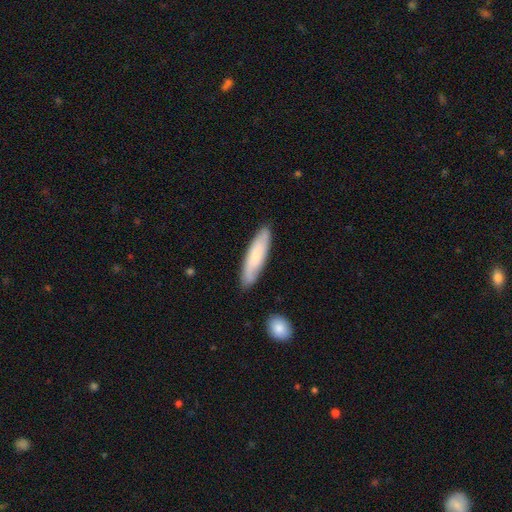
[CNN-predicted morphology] type=smooth (63%); roundness=cigar-shaped (72%); merging=none (84%).